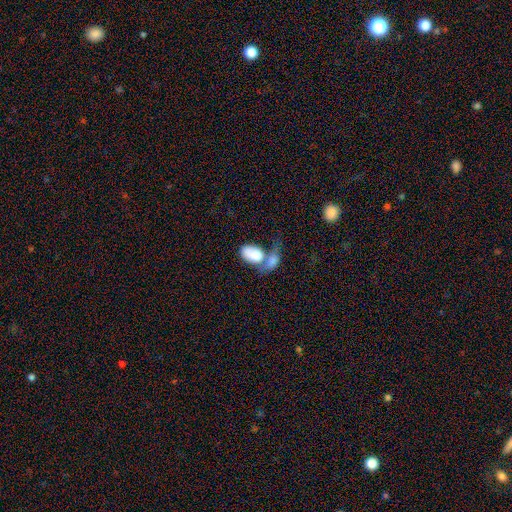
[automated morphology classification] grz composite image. It shows a smooth galaxy with no disk features (76%) that is in between round and cigar-shaped (89%). Merging: merger (68%).